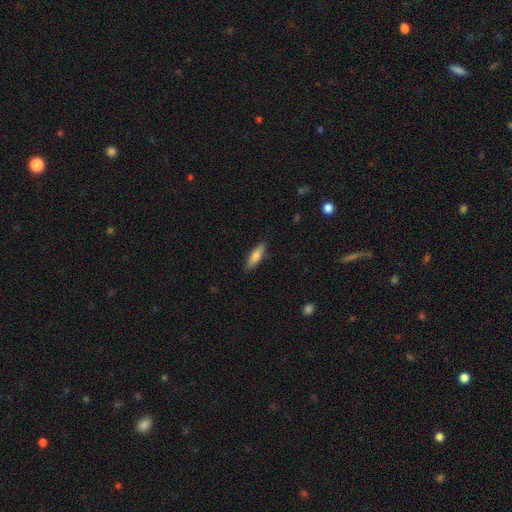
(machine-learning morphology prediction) The model was most divided on "how rounded": cigar-shaped: 58%, in between: 40%, round: 2%. More confident: merging — none (85%); smooth or featured — smooth (76%).